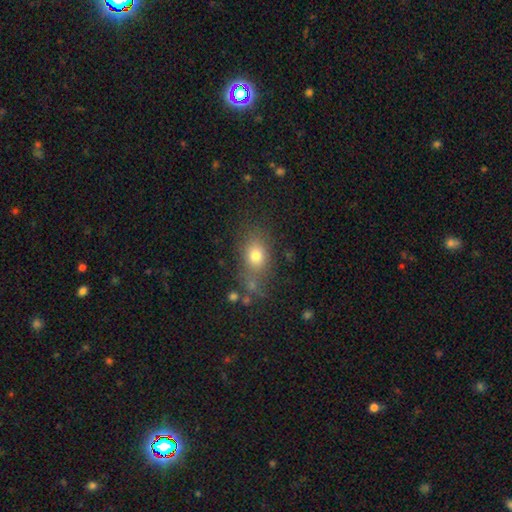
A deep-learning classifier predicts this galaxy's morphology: smooth 74%, star or artifact 13%, featured or disk 13%. Down the decision tree: how rounded — in between (66%); merging — none (64%).